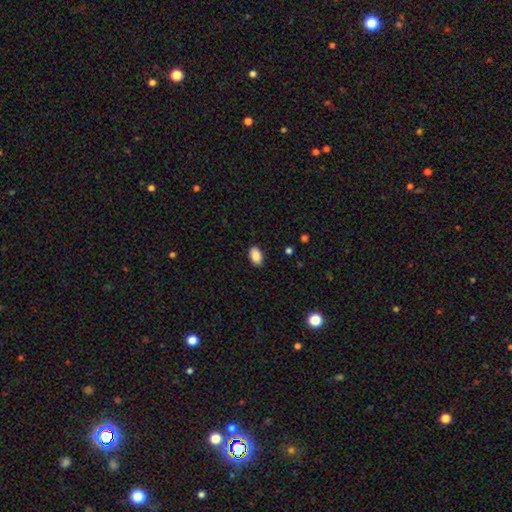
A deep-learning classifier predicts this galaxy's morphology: Smooth or featured? Predicted: smooth (p=0.88). How rounded? Predicted: in between (p=0.92). Merging? Predicted: none (p=0.87).